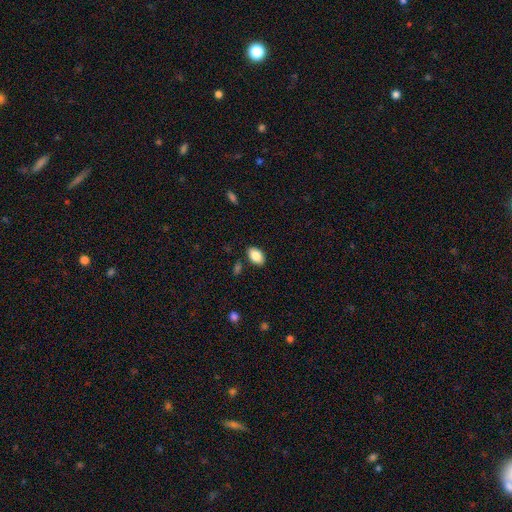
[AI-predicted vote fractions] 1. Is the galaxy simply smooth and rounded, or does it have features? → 87% smooth, 7% star or artifact, 6% featured or disk.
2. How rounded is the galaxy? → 91% in between, 8% round, 1% cigar-shaped.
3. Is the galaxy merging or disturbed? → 86% none, 10% minor disturbance, 2% major disturbance, 2% merger.